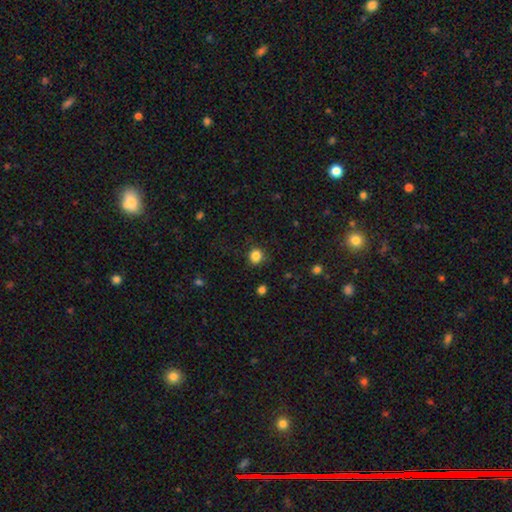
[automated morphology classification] This is clearly a smooth galaxy (85%). How rounded: clearly round (84%). Merging: clearly none (86%).